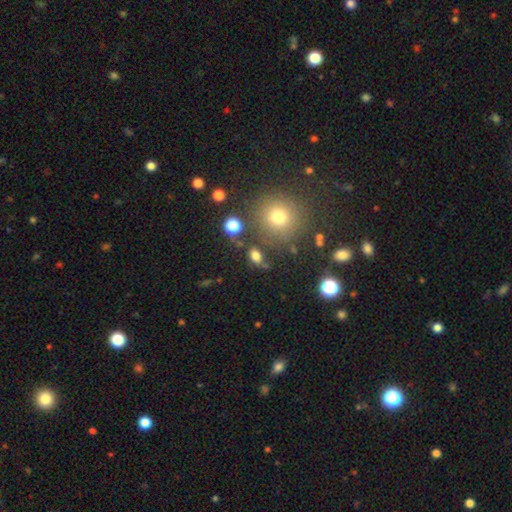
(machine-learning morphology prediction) Smooth or featured?
  - smooth: 74% *
  - star or artifact: 17%
  - featured or disk: 10%
How rounded?
  - in between: 71% *
  - round: 25%
  - cigar-shaped: 4%
Merging?
  - none: 68% *
  - minor disturbance: 15%
  - merger: 10%
  - major disturbance: 7%